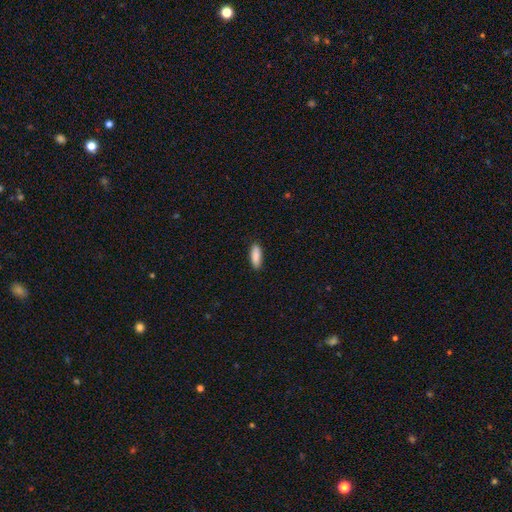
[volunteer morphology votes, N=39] smooth 92%, star or artifact 5%, featured or disk 3%. Down the decision tree: how rounded — cigar-shaped (53%); merging — none (89%).